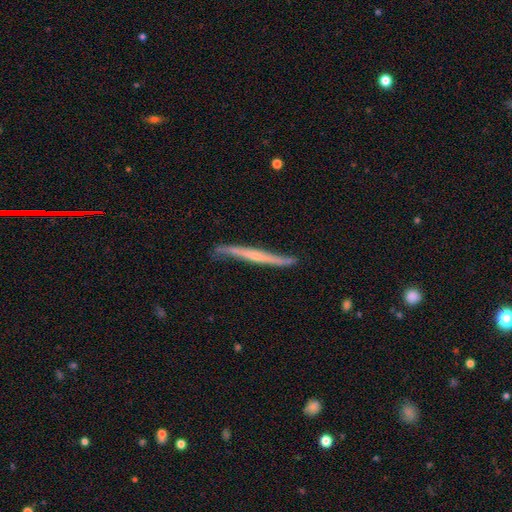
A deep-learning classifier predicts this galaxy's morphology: smooth_or_featured: featured or disk (p=0.70) [alt: smooth p=0.25]
disk_edge_on: yes (p=0.90) [alt: no p=0.10]
edge_on_bulge: none (p=0.61) [alt: rounded p=0.31]
merging: none (p=0.72) [alt: minor disturbance p=0.22]